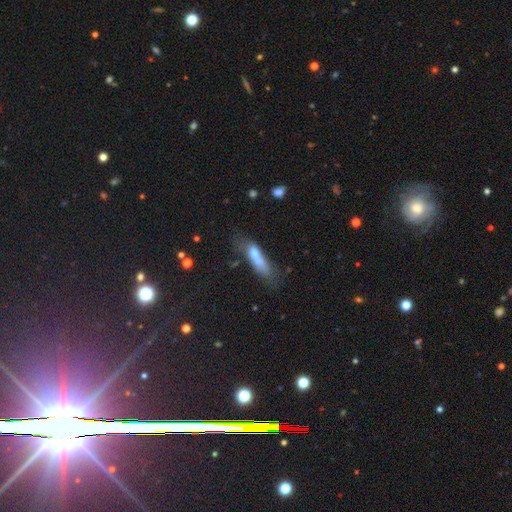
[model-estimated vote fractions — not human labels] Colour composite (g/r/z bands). It shows a smooth galaxy with no disk features (62%) that is cigar-shaped (50%). Merging: merger (34%).